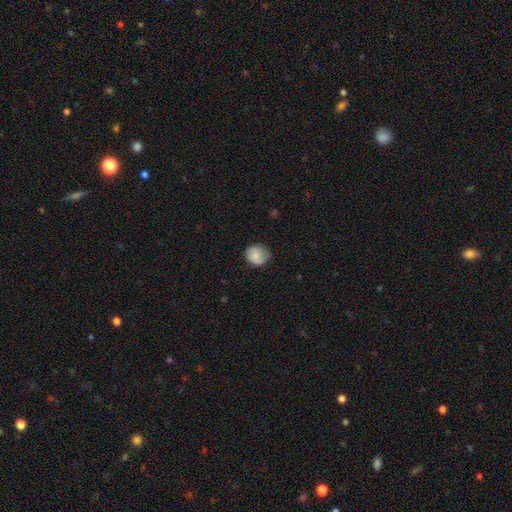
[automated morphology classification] Smooth or featured? Predicted: smooth (p=0.84). How rounded? Predicted: round (p=0.82). Merging? Predicted: none (p=0.71).